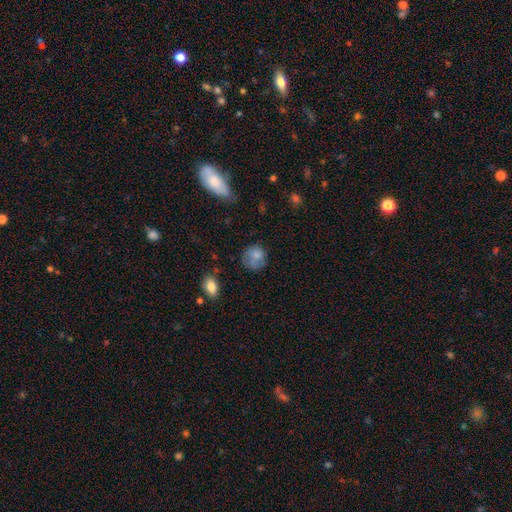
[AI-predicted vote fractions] Q: Smooth or featured?
A: smooth (76%); runner-up: featured or disk (15%)
Q: How rounded?
A: round (74%); runner-up: in between (25%)
Q: Merging?
A: none (53%); runner-up: minor disturbance (28%)